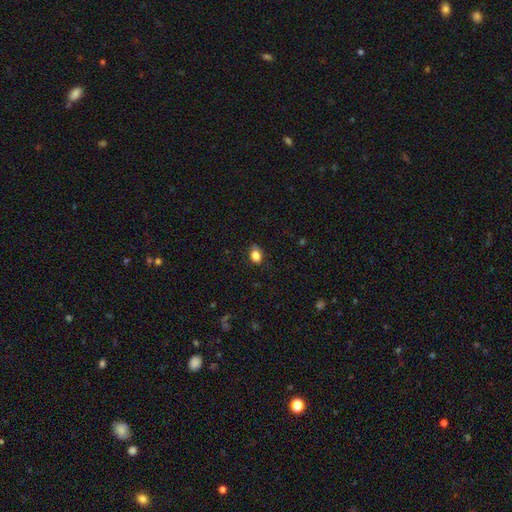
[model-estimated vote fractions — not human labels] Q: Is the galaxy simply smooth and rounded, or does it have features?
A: smooth — 83%.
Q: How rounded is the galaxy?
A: in between — 72%.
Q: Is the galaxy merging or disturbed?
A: none — 79%.